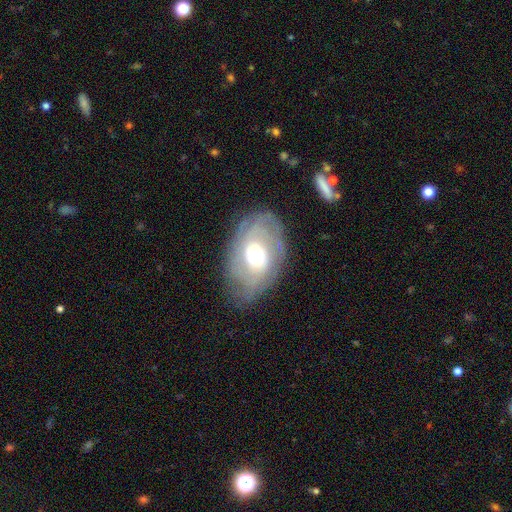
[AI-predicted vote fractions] smooth-or-featured: featured or disk: 70% | smooth: 23% | star or artifact: 7%
  disk-edge-on: no: 94% | yes: 6%
    bar: no: 59% | weak: 33% | strong: 9%
    has-spiral-arms: yes: 79% | no: 21%
      spiral-winding: tight: 62% | medium: 27% | loose: 11%
      spiral-arm-count: can't tell: 51% | 2: 23% | 3: 10% | 4: 6% | 1: 5% | more than 4: 4%
    bulge-size: moderate: 68% | large: 15% | small: 15% | dominant: 1% | none: 1%
  merging: none: 74% | minor disturbance: 18% | major disturbance: 7% | merger: 1%